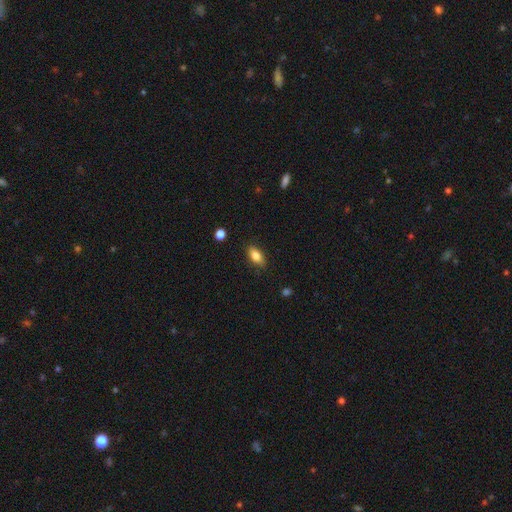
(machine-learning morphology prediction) Smooth or featured? Predicted: smooth (p=0.79). How rounded? Predicted: in between (p=0.85). Merging? Predicted: none (p=0.85).